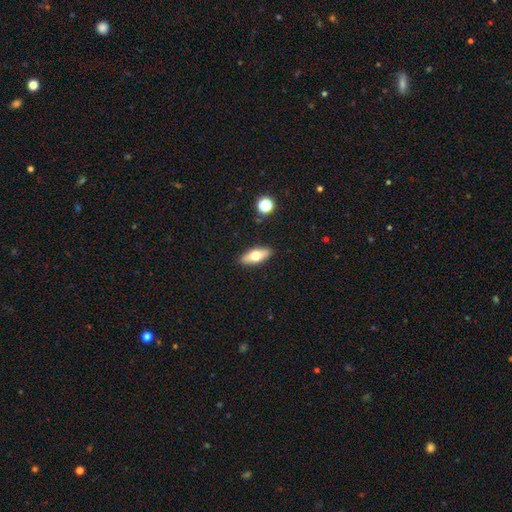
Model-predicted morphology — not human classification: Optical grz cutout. It shows a smooth galaxy with no disk features (60%) that is in between round and cigar-shaped (72%). Merging: none (88%).